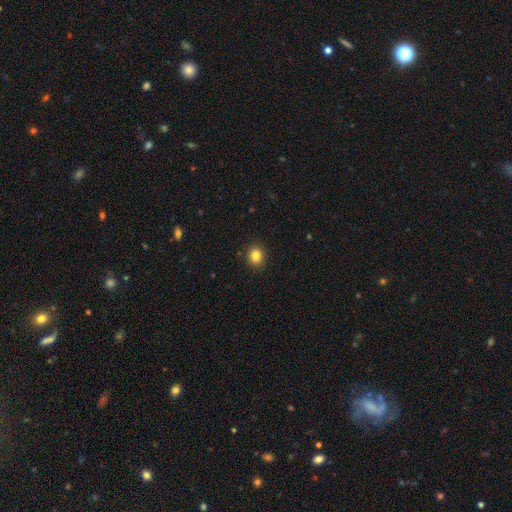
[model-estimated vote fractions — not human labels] Smooth or featured? smooth (84%)
How rounded? round (77%)
Merging? none (92%)